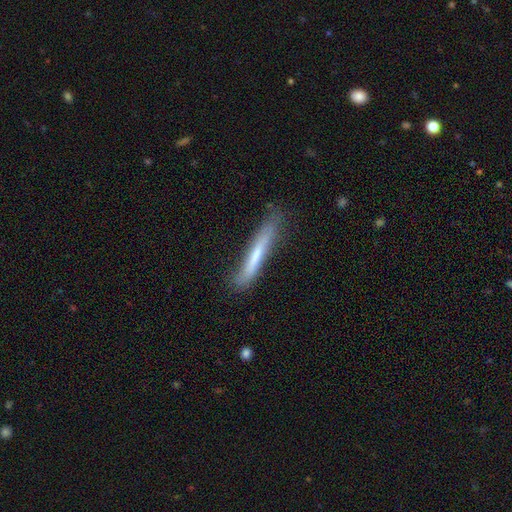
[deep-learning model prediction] A smooth galaxy with no disk features (61%) that is cigar-shaped (95%).

Vote fractions:
- Smooth or featured? smooth: 61% / featured or disk: 33% / star or artifact: 6%
- How rounded? cigar-shaped: 95% / in between: 4% / round: 1%
- Merging? none: 70% / minor disturbance: 22% / major disturbance: 6% / merger: 2%